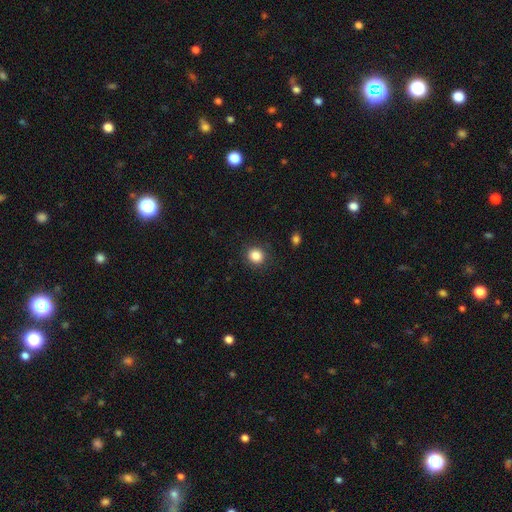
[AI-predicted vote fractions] This appears to be a smooth galaxy with no disk features (85%) that is round (83%). Merging: none (90%).